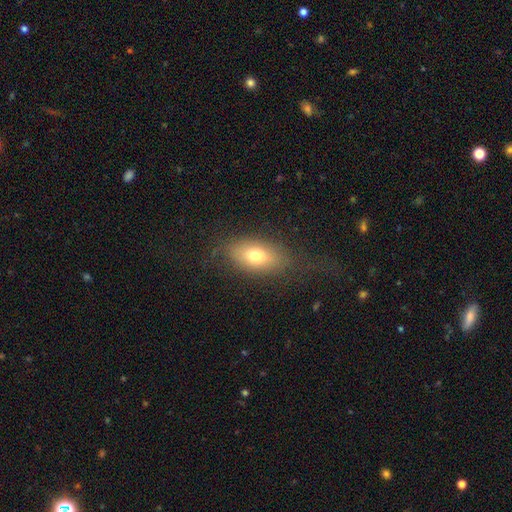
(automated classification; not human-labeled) Overall: smooth (70%). How rounded: in between (83%). Merging: none (75%).